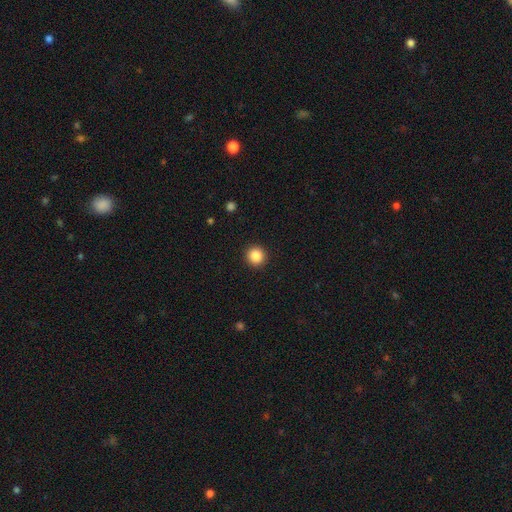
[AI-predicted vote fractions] The model was most divided on "smooth or featured": smooth: 86%, star or artifact: 10%, featured or disk: 4%. More confident: how rounded — round (95%); merging — none (93%).